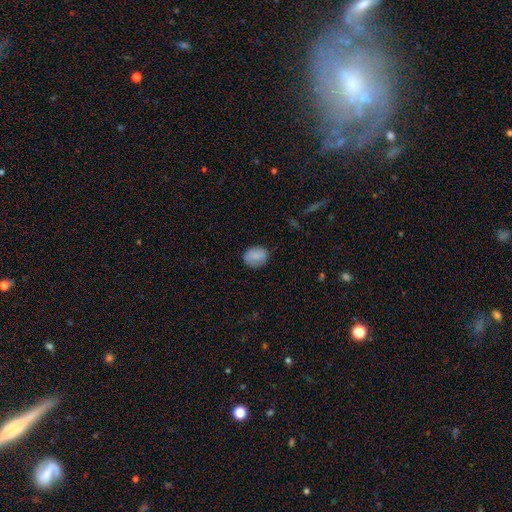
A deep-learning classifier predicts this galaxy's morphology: type=smooth (83%); roundness=in between (50%); merging=none (77%).